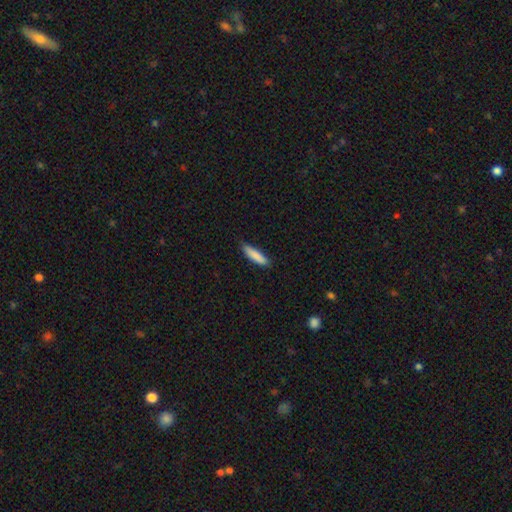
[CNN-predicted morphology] Smooth or featured: smooth — 87% (featured or disk — 7%)
How rounded: cigar-shaped — 75% (in between — 24%)
Merging: none — 79% (minor disturbance — 18%)